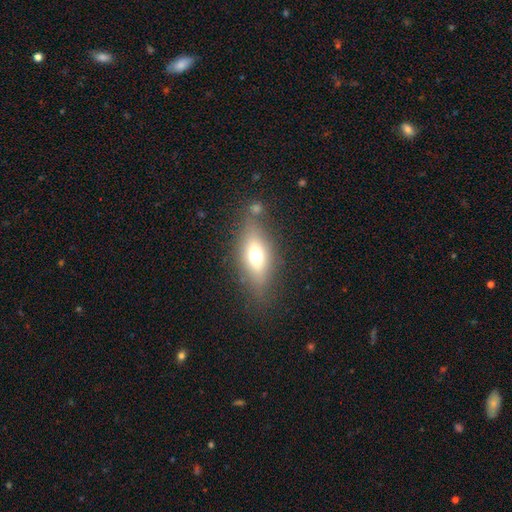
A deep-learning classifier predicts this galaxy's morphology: Smooth or featured?
  - smooth: 59% *
  - featured or disk: 31%
  - star or artifact: 10%
How rounded?
  - in between: 73% *
  - cigar-shaped: 20%
  - round: 7%
Merging?
  - none: 73% *
  - minor disturbance: 15%
  - major disturbance: 6%
  - merger: 5%